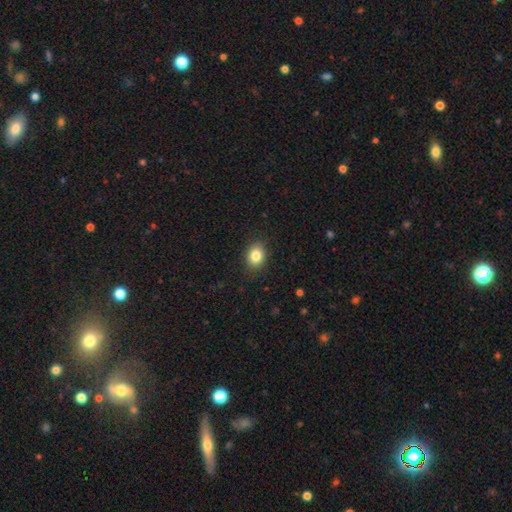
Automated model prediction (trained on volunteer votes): smooth-or-featured: smooth: 84% | star or artifact: 9% | featured or disk: 6%
  how-rounded: in between: 58% | round: 41% | cigar-shaped: 1%
  merging: none: 88% | minor disturbance: 9% | major disturbance: 2% | merger: 1%